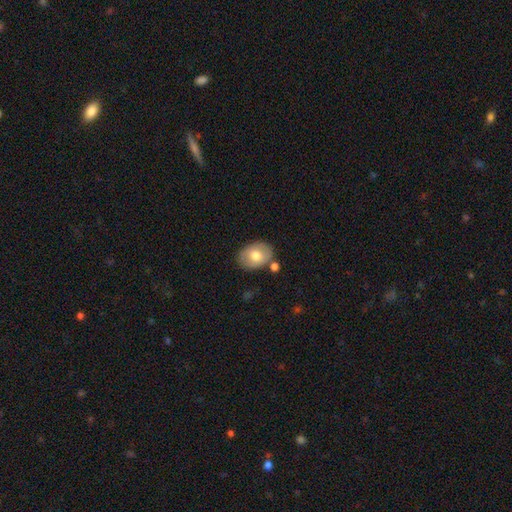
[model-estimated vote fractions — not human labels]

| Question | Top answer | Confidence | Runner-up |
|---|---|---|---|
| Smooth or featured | smooth | 68% | featured or disk (25%) |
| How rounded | in between | 69% | round (30%) |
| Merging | none | 74% | minor disturbance (13%) |